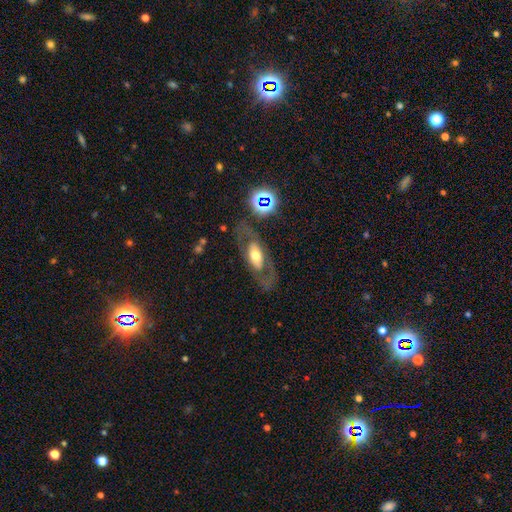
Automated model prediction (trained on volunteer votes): This is possibly a featured or disk galaxy (59%). It is clearly not viewed edge-on (82%). Merging: likely none (72%).